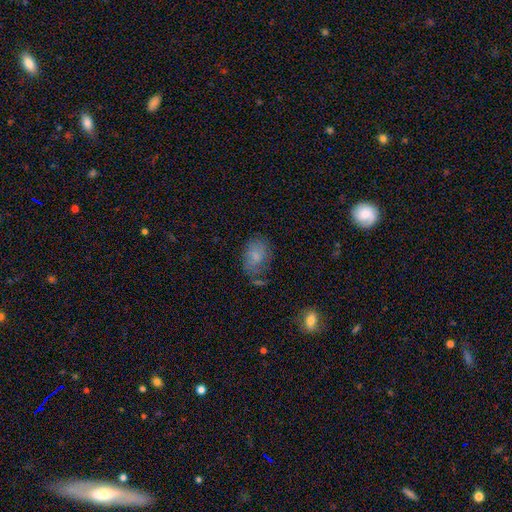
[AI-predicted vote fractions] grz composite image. It shows a smooth galaxy with no disk features (73%) that is in between round and cigar-shaped (81%). Merging: none (53%).